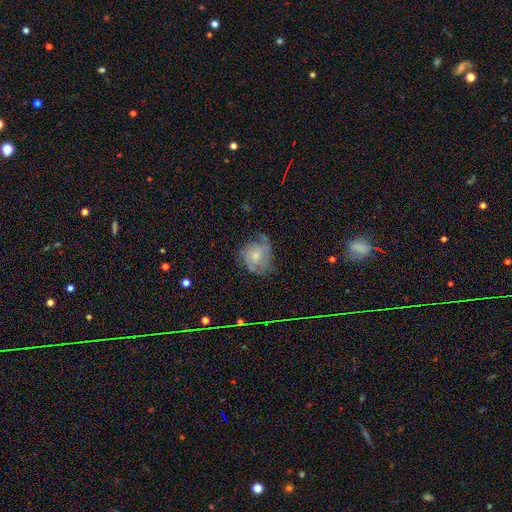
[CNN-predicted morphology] smooth-or-featured: featured or disk: 60% | smooth: 32% | star or artifact: 8%
  disk-edge-on: no: 97% | yes: 3%
    bar: no: 78% | weak: 19% | strong: 3%
    has-spiral-arms: yes: 83% | no: 17%
    bulge-size: small: 54% | moderate: 36% | none: 5% | large: 3% | dominant: 1%
  merging: none: 54% | minor disturbance: 29% | major disturbance: 15% | merger: 2%